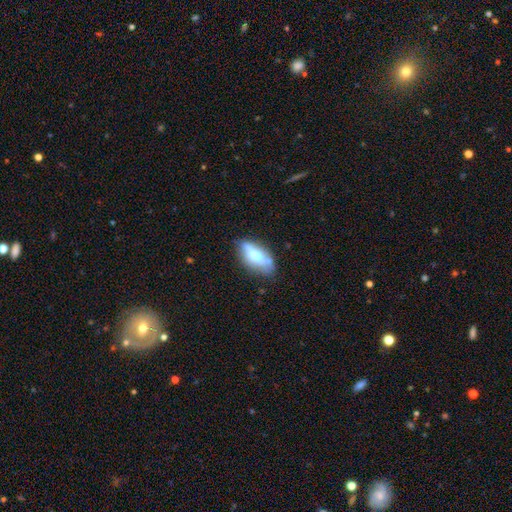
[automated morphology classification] This appears to be a smooth galaxy with no disk features (51%) that is in between round and cigar-shaped (81%). Merging: none (60%).